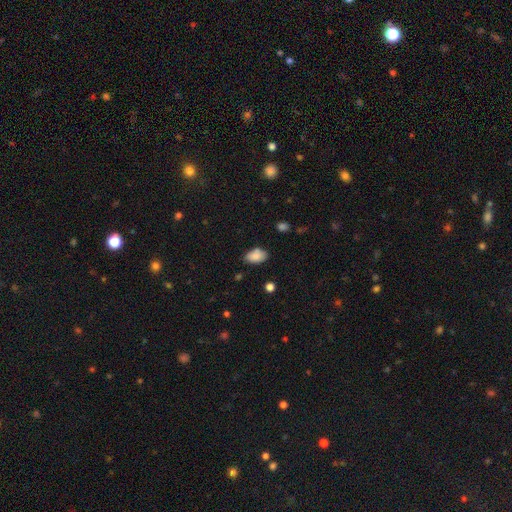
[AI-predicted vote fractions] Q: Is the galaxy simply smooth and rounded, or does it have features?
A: smooth — 86%.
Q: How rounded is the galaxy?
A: in between — 92%.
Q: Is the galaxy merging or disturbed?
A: none — 73%.